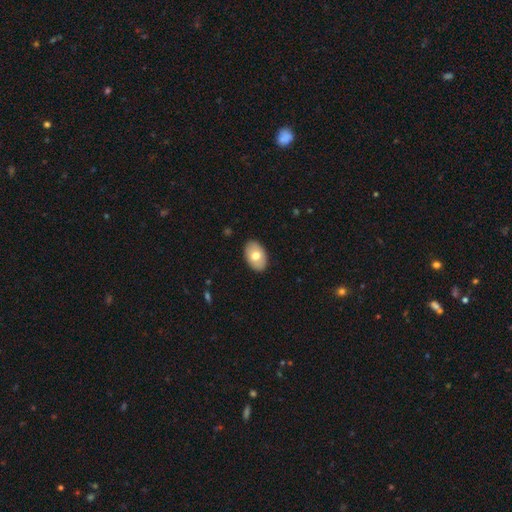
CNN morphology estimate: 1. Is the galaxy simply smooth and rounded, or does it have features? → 69% smooth, 25% featured or disk, 6% star or artifact.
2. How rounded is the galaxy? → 90% in between, 9% round, 1% cigar-shaped.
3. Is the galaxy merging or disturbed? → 89% none, 8% minor disturbance, 2% major disturbance, 1% merger.